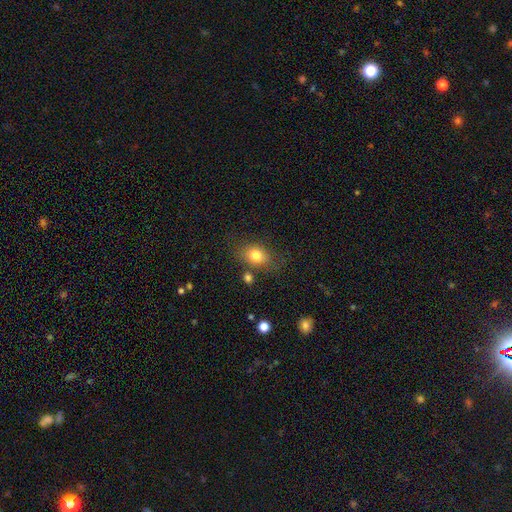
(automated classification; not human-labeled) A smooth galaxy with no disk features (79%) that is in between round and cigar-shaped (63%). Merging: none (71%).